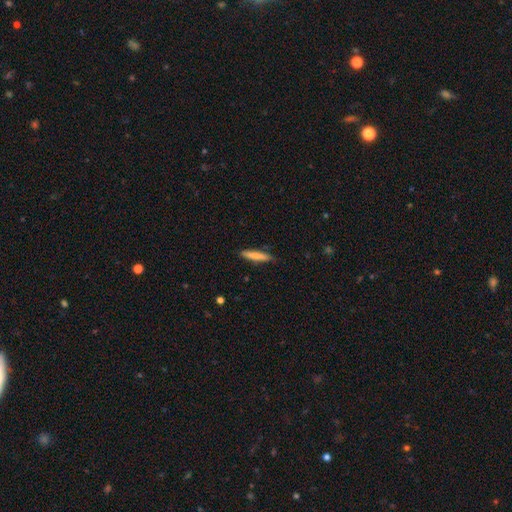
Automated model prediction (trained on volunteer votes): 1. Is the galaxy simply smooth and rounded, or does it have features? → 77% smooth, 17% featured or disk, 6% star or artifact.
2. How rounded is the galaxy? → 91% cigar-shaped, 8% in between, 1% round.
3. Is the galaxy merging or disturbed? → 85% none, 12% minor disturbance, 2% major disturbance, 1% merger.